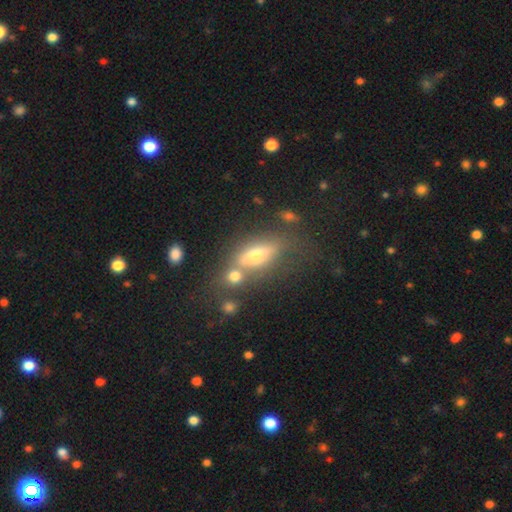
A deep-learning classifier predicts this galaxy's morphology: Smooth or featured? Predicted: smooth (p=0.55). How rounded? Predicted: in between (p=0.67). Merging? Predicted: none (p=0.46).